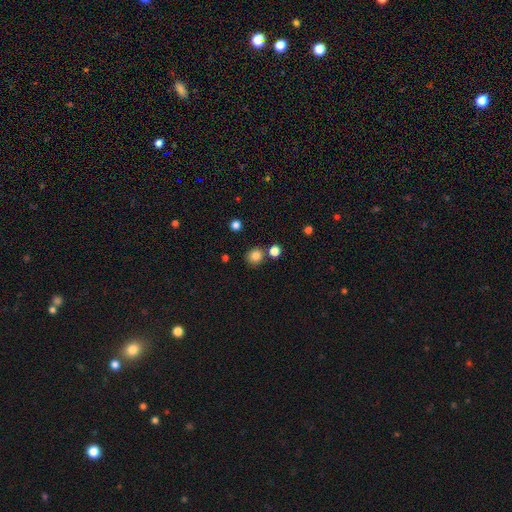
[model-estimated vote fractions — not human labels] Q: Smooth or featured?
A: smooth (82%); runner-up: star or artifact (13%)
Q: How rounded?
A: round (86%); runner-up: in between (13%)
Q: Merging?
A: none (77%); runner-up: merger (12%)